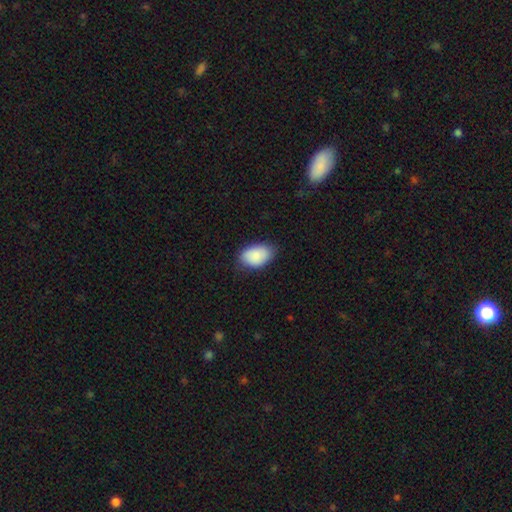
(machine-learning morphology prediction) Q: Smooth or featured?
A: smooth (88%); runner-up: star or artifact (6%)
Q: How rounded?
A: in between (90%); runner-up: round (8%)
Q: Merging?
A: none (80%); runner-up: minor disturbance (16%)